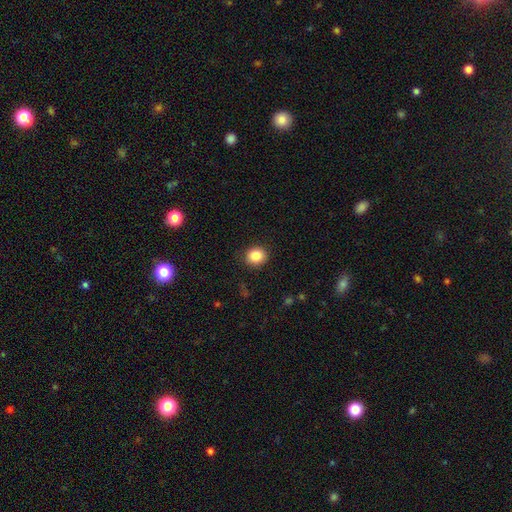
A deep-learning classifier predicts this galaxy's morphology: smooth_or_featured: smooth (p=0.85) [alt: star or artifact p=0.10]
how_rounded: round (p=0.80) [alt: in between p=0.19]
merging: none (p=0.90) [alt: minor disturbance p=0.07]